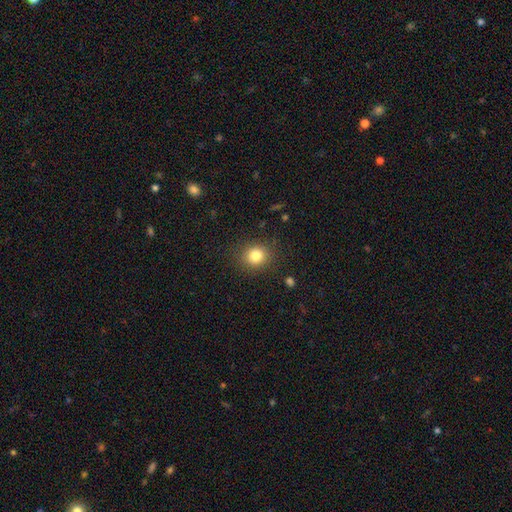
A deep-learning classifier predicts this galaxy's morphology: A smooth galaxy with no disk features (81%) that is round (81%). Merging: none (88%).